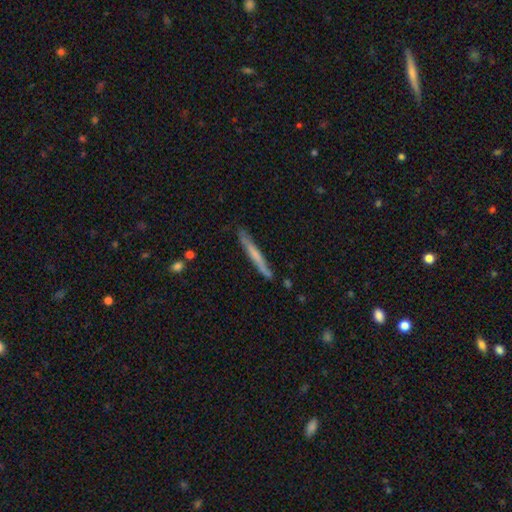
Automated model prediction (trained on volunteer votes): Smooth or featured? smooth (51%)
How rounded? cigar-shaped (96%)
Merging? none (85%)